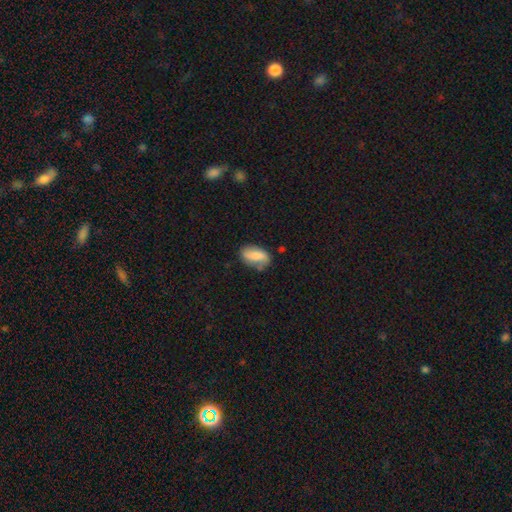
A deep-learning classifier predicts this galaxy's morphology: A smooth galaxy with no disk features (67%) that is in between round and cigar-shaped (89%).

Vote fractions:
- Smooth or featured? smooth: 67% / featured or disk: 25% / star or artifact: 8%
- How rounded? in between: 89% / cigar-shaped: 6% / round: 5%
- Merging? none: 63% / minor disturbance: 26% / major disturbance: 8% / merger: 4%